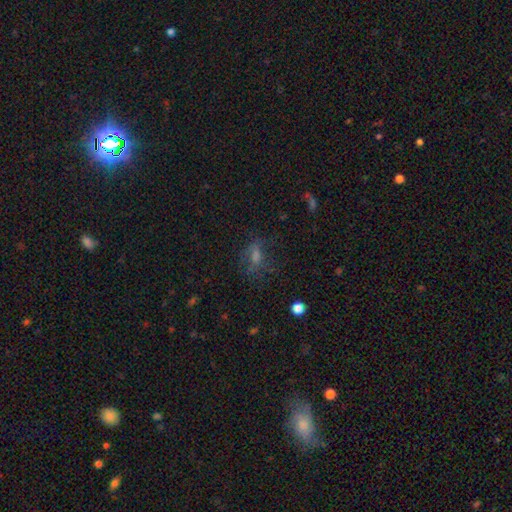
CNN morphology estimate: A smooth galaxy with no disk features (43%). Merging: none (59%).